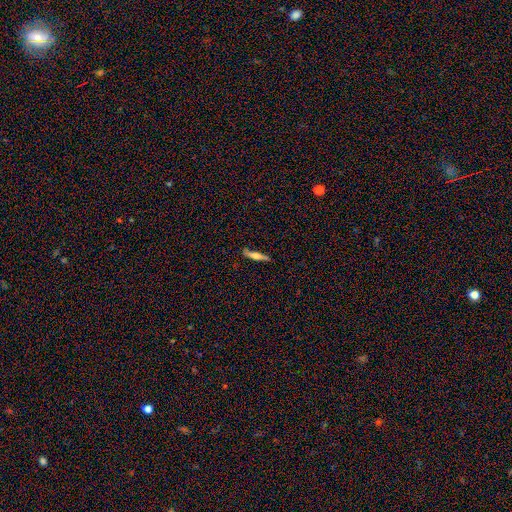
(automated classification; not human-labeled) smooth_or_featured: smooth (p=0.52) [alt: featured or disk p=0.41]
how_rounded: cigar-shaped (p=0.86) [alt: in between p=0.12]
merging: none (p=0.77) [alt: minor disturbance p=0.17]